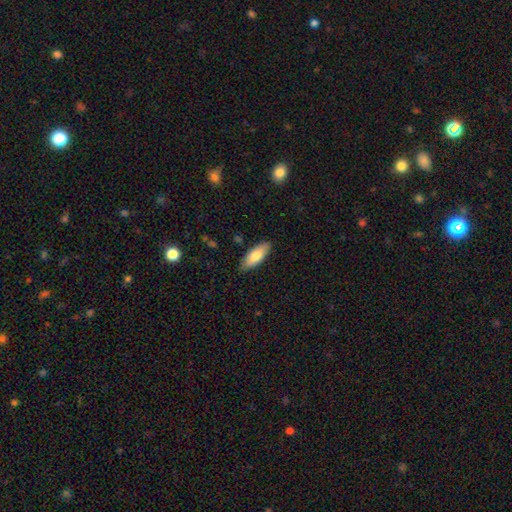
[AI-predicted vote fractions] Q: Smooth or featured?
A: smooth (78%); runner-up: featured or disk (16%)
Q: How rounded?
A: in between (74%); runner-up: cigar-shaped (25%)
Q: Merging?
A: none (86%); runner-up: minor disturbance (11%)